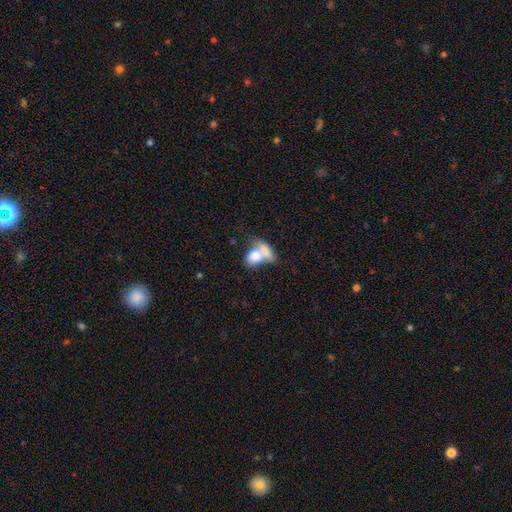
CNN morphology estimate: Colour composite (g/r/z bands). It shows a smooth galaxy with no disk features (75%) that is in between round and cigar-shaped (72%). Merging: merger (73%).